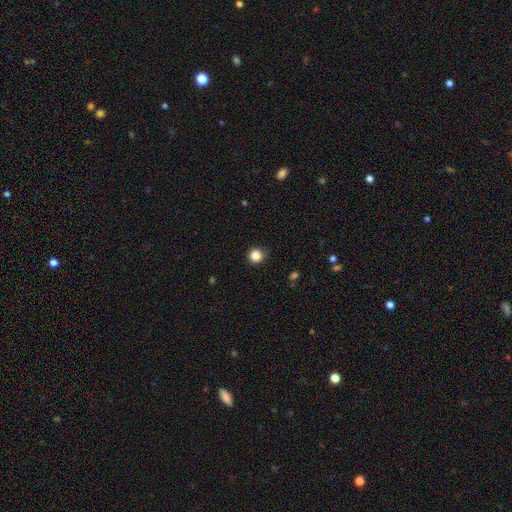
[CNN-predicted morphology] Smooth or featured: smooth — 85% (star or artifact — 11%)
How rounded: round — 93% (in between — 6%)
Merging: none — 86% (minor disturbance — 10%)